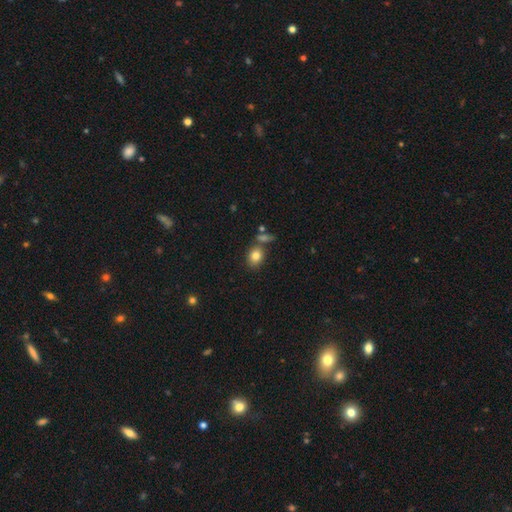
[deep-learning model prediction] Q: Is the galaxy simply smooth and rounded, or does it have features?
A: smooth — 82%.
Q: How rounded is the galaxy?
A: in between — 55%.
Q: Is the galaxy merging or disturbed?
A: none — 66%.